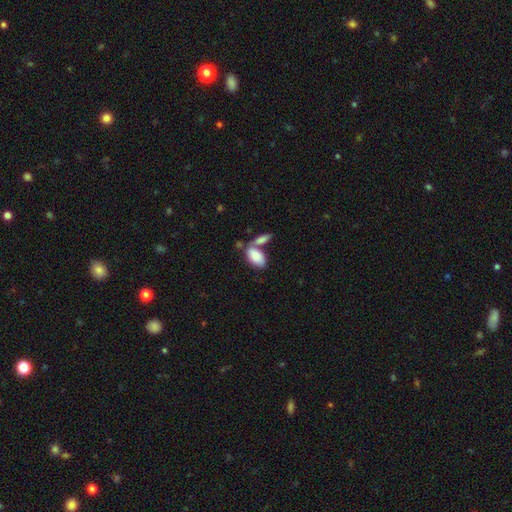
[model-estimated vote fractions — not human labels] Overall: smooth (83%). How rounded: in between (94%). Merging: merger (43%; none 40%).